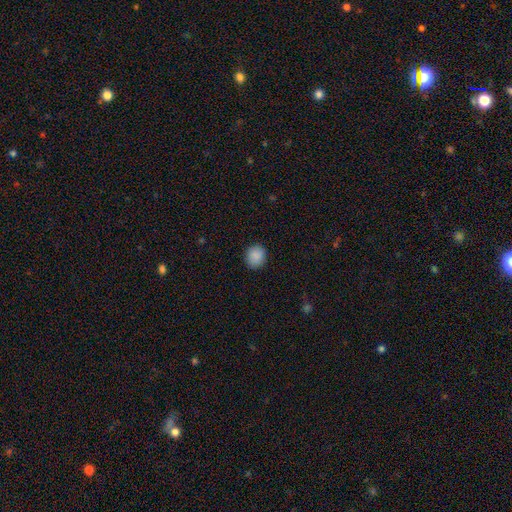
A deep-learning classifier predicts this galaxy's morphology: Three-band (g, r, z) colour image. It shows a smooth galaxy with no disk features (89%) that is round (76%). Merging: none (89%).